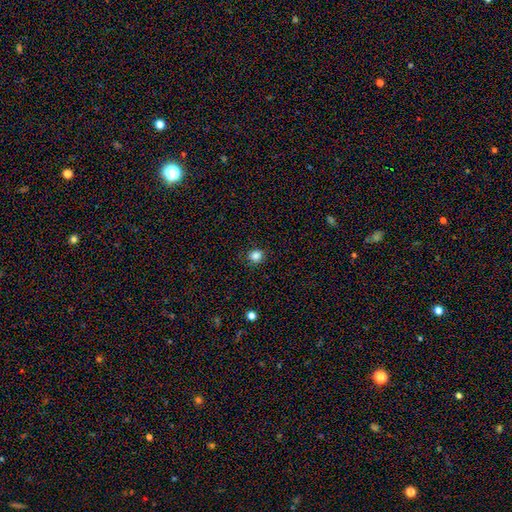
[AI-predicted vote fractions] Smooth or featured? Predicted: smooth (p=0.84). How rounded? Predicted: round (p=0.83). Merging? Predicted: none (p=0.85).